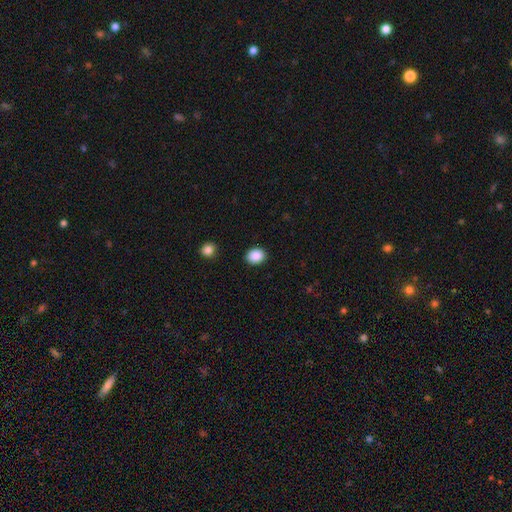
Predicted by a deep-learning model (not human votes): This is clearly a smooth galaxy (89%). How rounded: possibly round (51%). Merging: clearly none (90%).